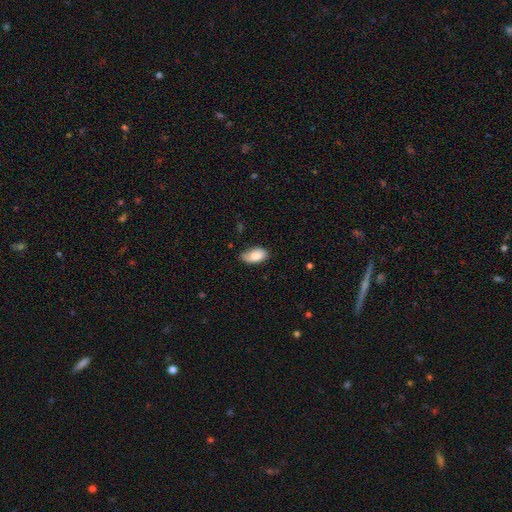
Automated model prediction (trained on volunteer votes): The model was most divided on "merging": none: 62%, minor disturbance: 31%, major disturbance: 5%, merger: 2%. More confident: how rounded — in between (94%); smooth or featured — smooth (84%).